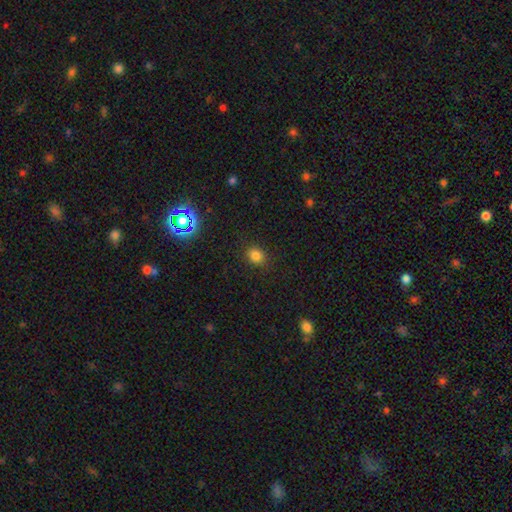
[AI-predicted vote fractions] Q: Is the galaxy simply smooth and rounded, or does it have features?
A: smooth — 80%.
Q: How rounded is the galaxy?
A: round — 62%.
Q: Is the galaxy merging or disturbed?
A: none — 88%.